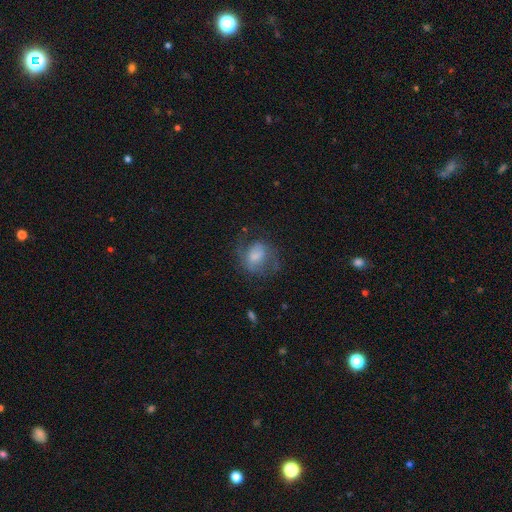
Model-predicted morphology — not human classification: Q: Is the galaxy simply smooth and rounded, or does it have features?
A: smooth — 54%.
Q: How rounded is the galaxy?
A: in between — 54%.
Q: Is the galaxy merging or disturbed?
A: none — 44%.